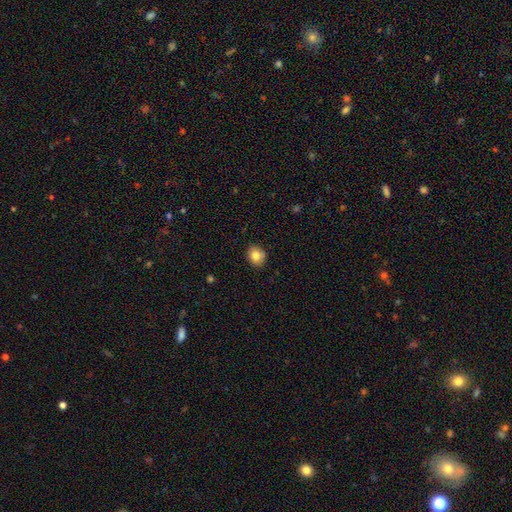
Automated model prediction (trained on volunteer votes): Morphology: type=smooth (82%); roundness=round (61%); merging=none (85%).